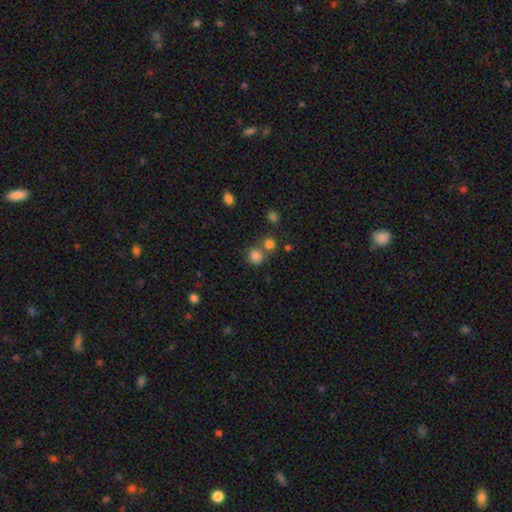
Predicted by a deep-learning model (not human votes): smooth_or_featured: smooth (p=0.80) [alt: star or artifact p=0.14]
how_rounded: round (p=0.87) [alt: in between p=0.12]
merging: none (p=0.60) [alt: merger p=0.27]